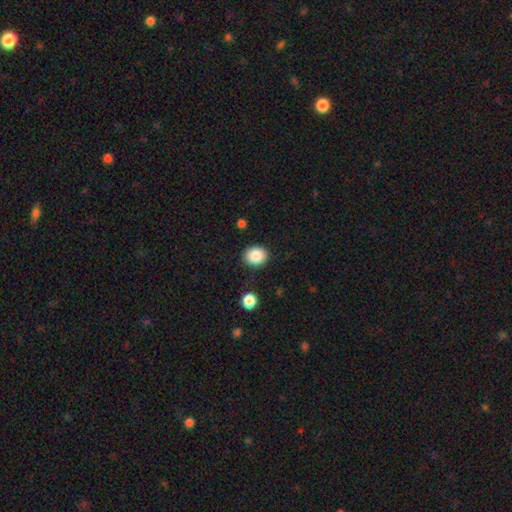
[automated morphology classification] This is clearly a smooth galaxy (86%). How rounded: likely round (71%). Merging: clearly none (88%).